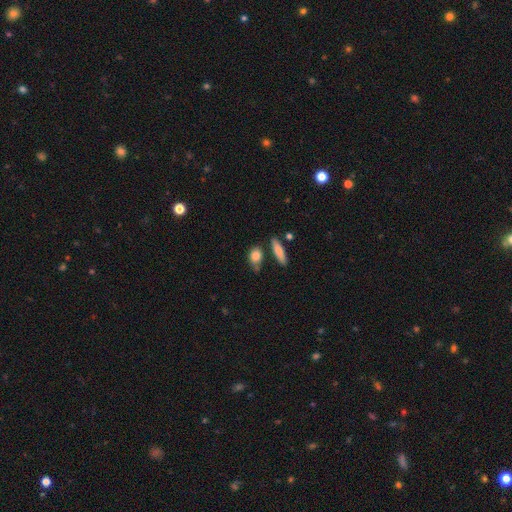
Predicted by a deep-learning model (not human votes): Smooth or featured? smooth (82%)
How rounded? in between (56%)
Merging? none (61%)